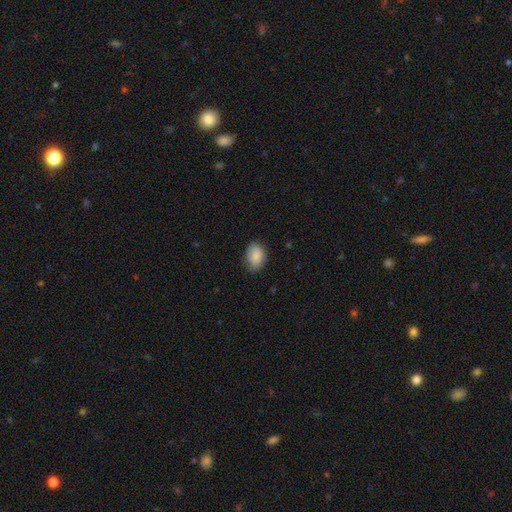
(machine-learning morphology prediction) Smooth or featured?
  - smooth: 86% *
  - featured or disk: 7%
  - star or artifact: 7%
How rounded?
  - in between: 80% *
  - round: 19%
  - cigar-shaped: 1%
Merging?
  - none: 70% *
  - minor disturbance: 25%
  - major disturbance: 4%
  - merger: 1%